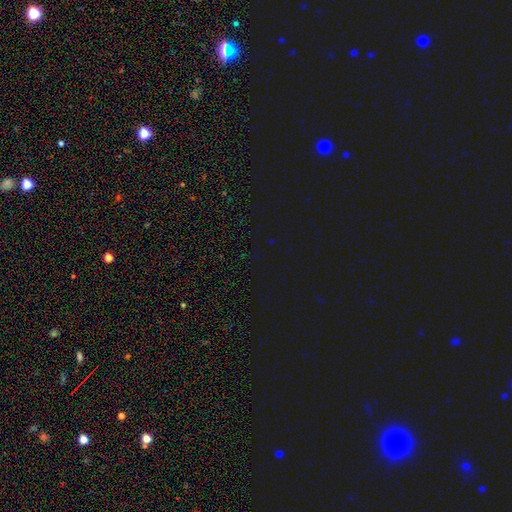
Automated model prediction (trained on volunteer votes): star or artifact 76%, smooth 17%, featured or disk 6%.